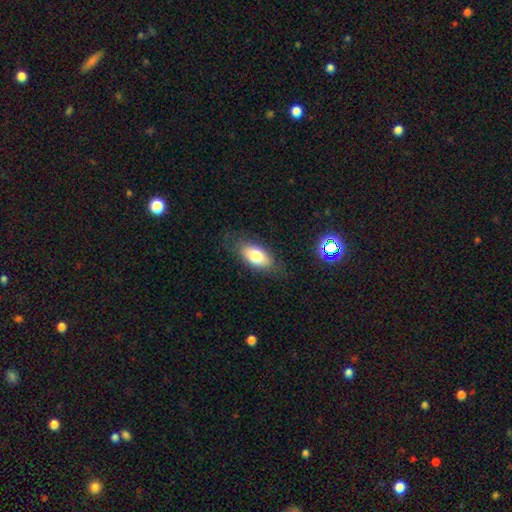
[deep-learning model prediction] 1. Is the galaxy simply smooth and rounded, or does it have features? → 73% smooth, 19% featured or disk, 8% star or artifact.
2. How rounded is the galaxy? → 88% in between, 7% cigar-shaped, 6% round.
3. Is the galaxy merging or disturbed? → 78% none, 15% minor disturbance, 5% major disturbance, 1% merger.